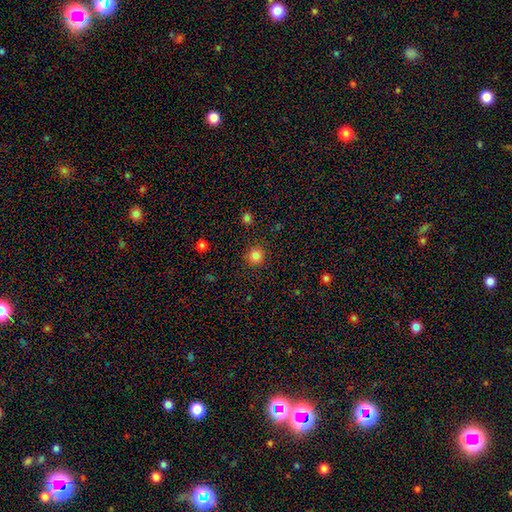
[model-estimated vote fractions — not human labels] Smooth or featured: smooth — 83% (star or artifact — 12%)
How rounded: round — 93% (in between — 6%)
Merging: none — 90% (minor disturbance — 7%)